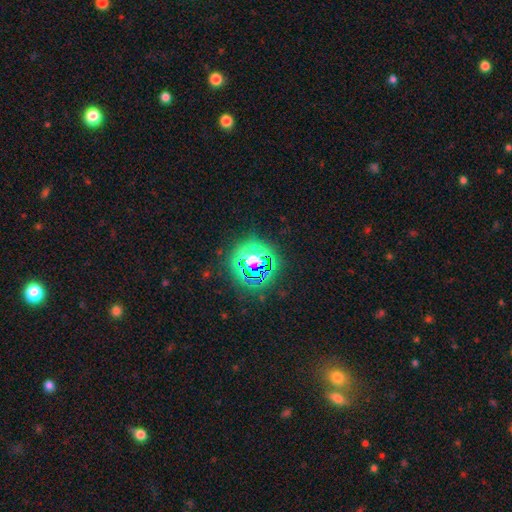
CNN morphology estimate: Smooth or featured?
  - star or artifact: 70% *
  - smooth: 20%
  - featured or disk: 10%